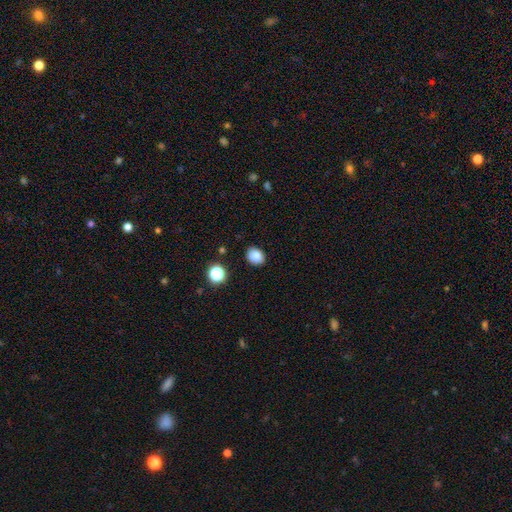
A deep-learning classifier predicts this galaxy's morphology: This appears to be a smooth galaxy with no disk features (84%) that is in between round and cigar-shaped (53%). Merging: none (86%).